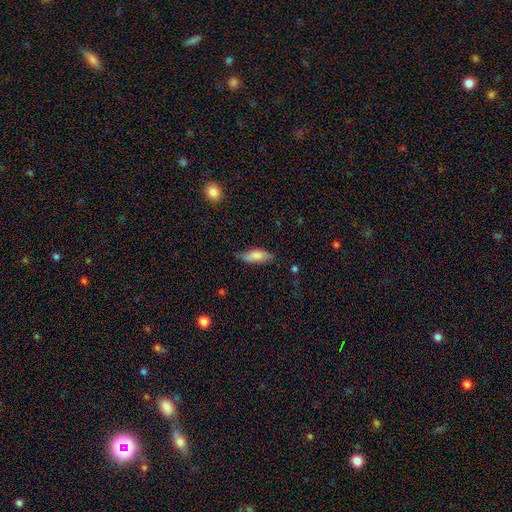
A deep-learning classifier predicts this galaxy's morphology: Smooth or featured? Predicted: smooth (p=0.80). How rounded? Predicted: in between (p=0.71). Merging? Predicted: none (p=0.66).